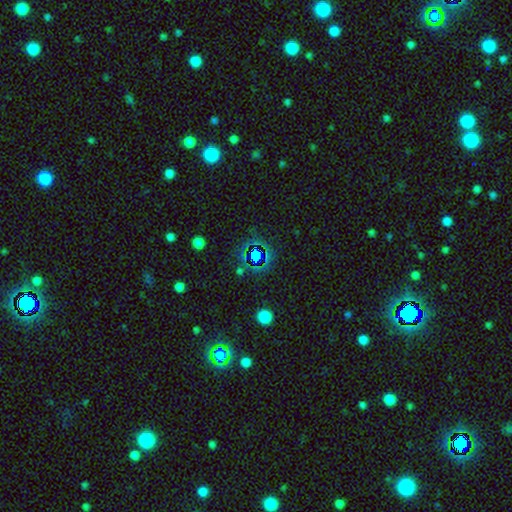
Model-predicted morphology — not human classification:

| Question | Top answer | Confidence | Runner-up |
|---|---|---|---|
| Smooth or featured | star or artifact | 66% | smooth (22%) |